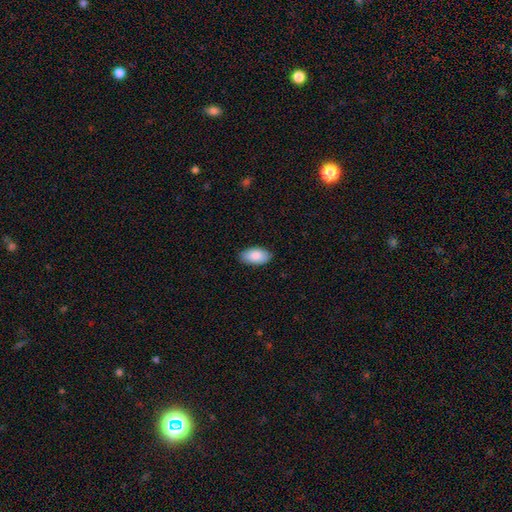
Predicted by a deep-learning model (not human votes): A smooth galaxy with no disk features (88%) that is in between round and cigar-shaped (95%).

Vote fractions:
- Smooth or featured? smooth: 88% / star or artifact: 6% / featured or disk: 6%
- How rounded? in between: 95% / round: 3% / cigar-shaped: 2%
- Merging? none: 87% / minor disturbance: 10% / major disturbance: 2% / merger: 1%